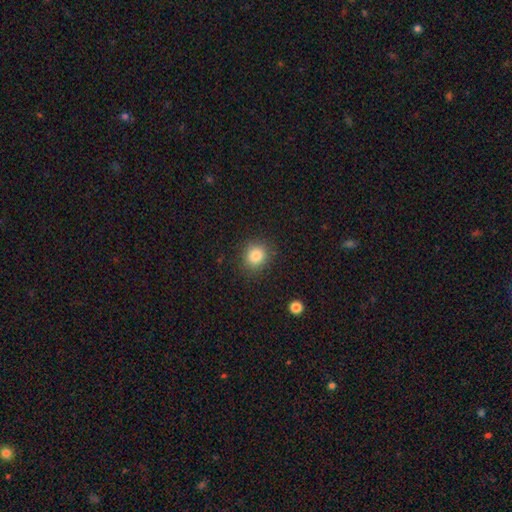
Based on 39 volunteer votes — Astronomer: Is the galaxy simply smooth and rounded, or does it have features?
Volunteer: smooth — 87%.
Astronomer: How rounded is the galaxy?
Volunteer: round — 94%.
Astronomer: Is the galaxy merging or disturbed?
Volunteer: none — 78%.